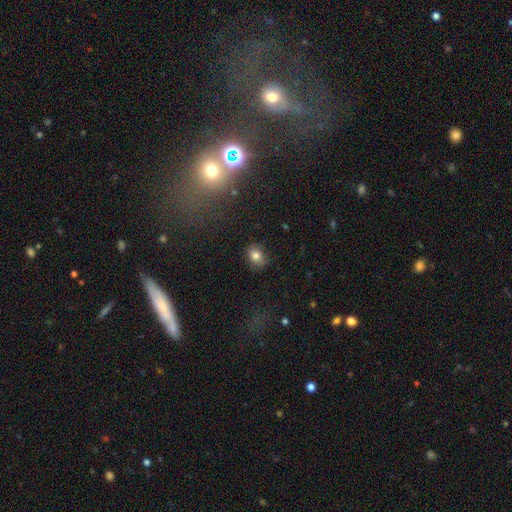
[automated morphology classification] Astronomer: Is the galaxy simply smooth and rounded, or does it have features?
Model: smooth — 80%.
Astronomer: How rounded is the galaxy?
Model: in between — 54% (runner-up: round, 45%).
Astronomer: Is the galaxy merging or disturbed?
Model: none — 81%.